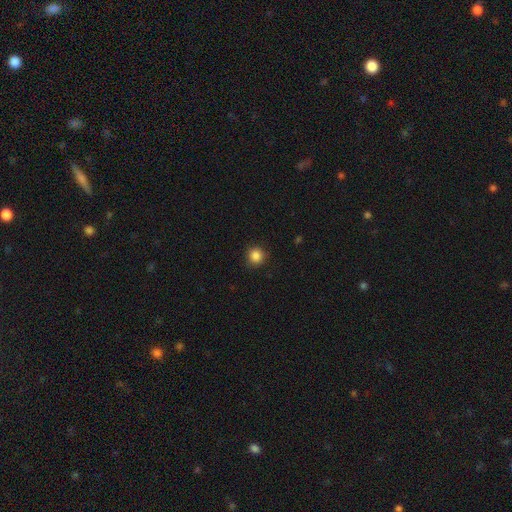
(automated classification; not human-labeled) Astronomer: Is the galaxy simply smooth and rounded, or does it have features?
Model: smooth — 86%.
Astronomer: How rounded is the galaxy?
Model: round — 92%.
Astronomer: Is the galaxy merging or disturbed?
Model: none — 88%.